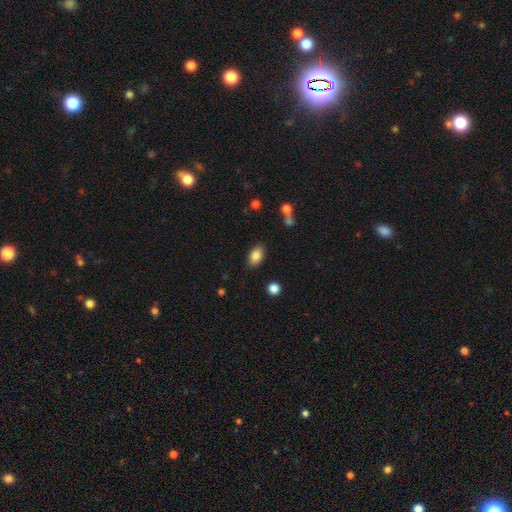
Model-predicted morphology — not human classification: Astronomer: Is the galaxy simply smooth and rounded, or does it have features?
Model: smooth — 85%.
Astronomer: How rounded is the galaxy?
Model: in between — 89%.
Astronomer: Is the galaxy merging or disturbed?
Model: none — 86%.